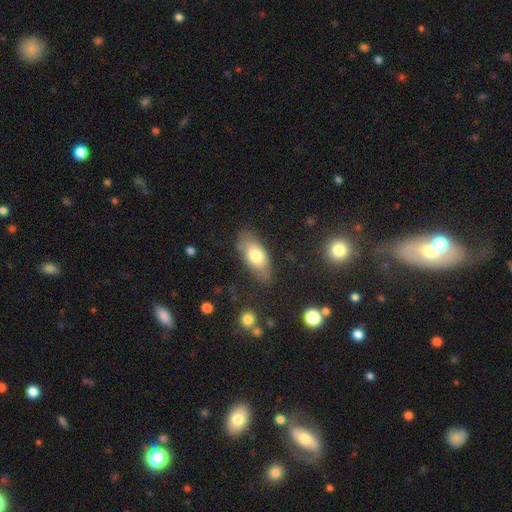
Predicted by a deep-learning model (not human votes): A smooth galaxy with no disk features (72%) that is in between round and cigar-shaped (88%). Merging: none (75%).